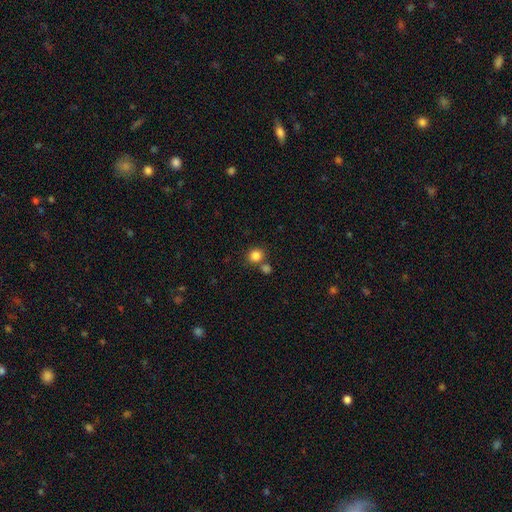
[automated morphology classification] Smooth or featured? Predicted: smooth (p=0.84). How rounded? Predicted: round (p=0.86). Merging? Predicted: none (p=0.68).